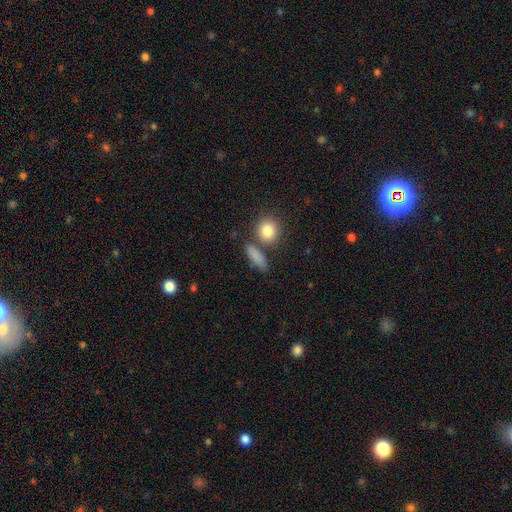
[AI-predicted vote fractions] smooth-or-featured: smooth: 83% | star or artifact: 9% | featured or disk: 8%
  how-rounded: in between: 44% | cigar-shaped: 34% | round: 22%
  merging: none: 71% | minor disturbance: 12% | merger: 12% | major disturbance: 4%